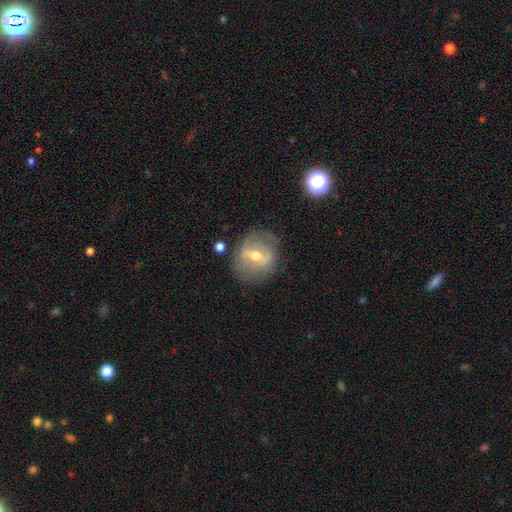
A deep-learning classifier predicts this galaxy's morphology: Q: Smooth or featured?
A: featured or disk (63%); runner-up: smooth (28%)
Q: Edge-on disk?
A: no (93%); runner-up: yes (7%)
Q: Bar?
A: weak (45%); runner-up: strong (40%)
Q: Spiral arms?
A: yes (51%); runner-up: no (49%)
Q: Bulge size?
A: moderate (66%); runner-up: small (28%)
Q: Merging?
A: none (68%); runner-up: minor disturbance (20%)